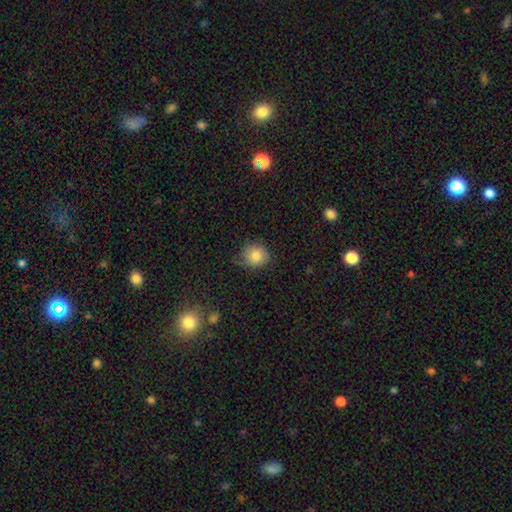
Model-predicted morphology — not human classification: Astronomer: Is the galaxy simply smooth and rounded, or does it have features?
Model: smooth — 82%.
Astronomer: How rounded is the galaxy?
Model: round — 81%.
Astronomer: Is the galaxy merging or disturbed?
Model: none — 72%.